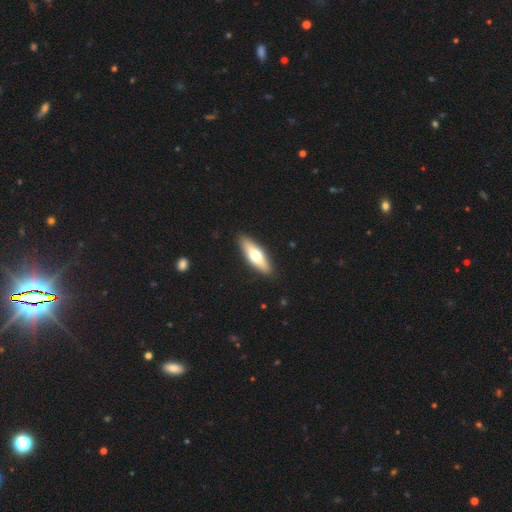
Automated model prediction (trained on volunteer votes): A smooth galaxy with no disk features (54%) that is cigar-shaped (52%). Merging: none (90%).